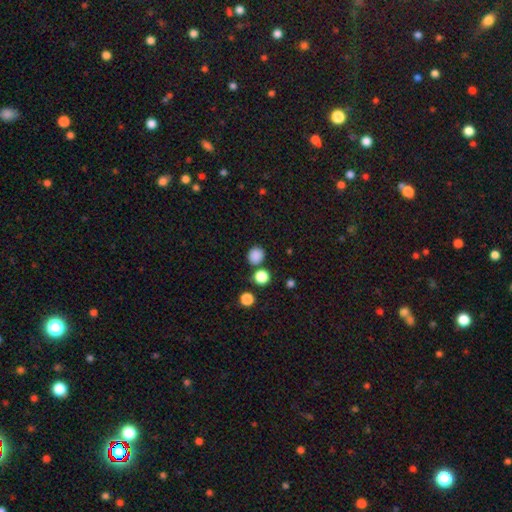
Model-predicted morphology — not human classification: Smooth or featured? smooth (84%)
How rounded? round (83%)
Merging? none (79%)